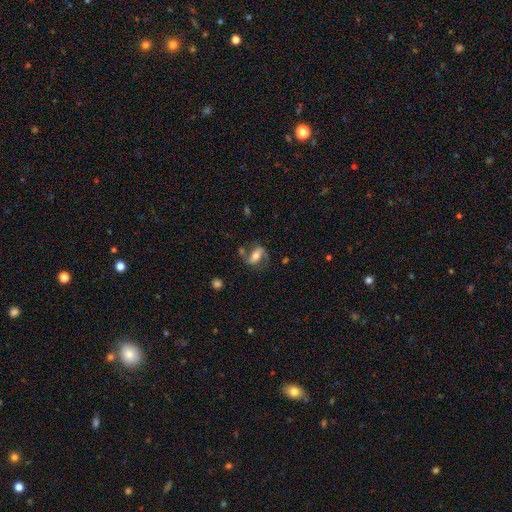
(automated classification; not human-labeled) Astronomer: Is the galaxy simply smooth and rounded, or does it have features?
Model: featured or disk — 69%.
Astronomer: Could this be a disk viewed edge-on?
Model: no — 93%.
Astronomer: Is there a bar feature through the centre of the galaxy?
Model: strong — 47% (runner-up: weak, 29%).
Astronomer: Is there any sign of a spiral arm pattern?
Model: yes — 86%.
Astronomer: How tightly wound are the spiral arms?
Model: medium — 46% (runner-up: loose, 35%).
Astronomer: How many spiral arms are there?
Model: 2 — 84%.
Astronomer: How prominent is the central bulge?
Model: moderate — 63%.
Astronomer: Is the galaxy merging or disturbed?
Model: none — 59%.